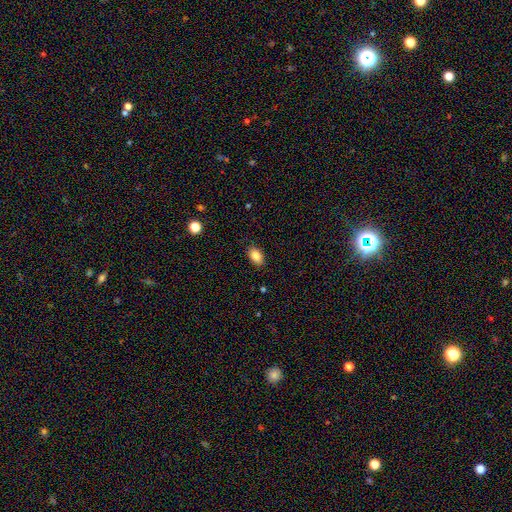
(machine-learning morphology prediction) Smooth or featured? smooth (85%)
How rounded? in between (89%)
Merging? none (87%)